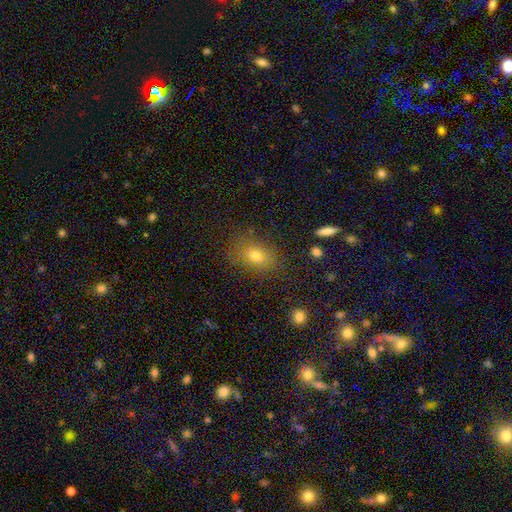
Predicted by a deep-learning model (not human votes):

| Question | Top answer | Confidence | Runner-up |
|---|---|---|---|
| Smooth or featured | smooth | 74% | star or artifact (14%) |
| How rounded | in between | 65% | round (33%) |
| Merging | none | 77% | minor disturbance (15%) |